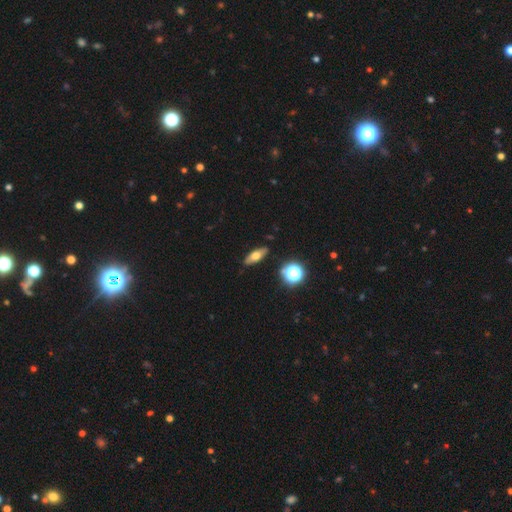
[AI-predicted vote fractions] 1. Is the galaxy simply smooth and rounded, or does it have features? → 55% smooth, 34% featured or disk, 11% star or artifact.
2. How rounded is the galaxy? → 58% in between, 33% cigar-shaped, 9% round.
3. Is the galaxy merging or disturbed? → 87% none, 9% minor disturbance, 2% major disturbance, 2% merger.